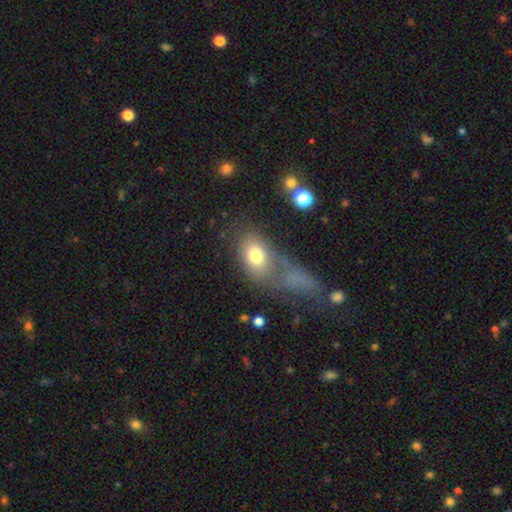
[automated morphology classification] smooth_or_featured: smooth (p=0.72) [alt: featured or disk p=0.19]
how_rounded: in between (p=0.83) [alt: round p=0.15]
merging: none (p=0.39) [alt: merger p=0.25]